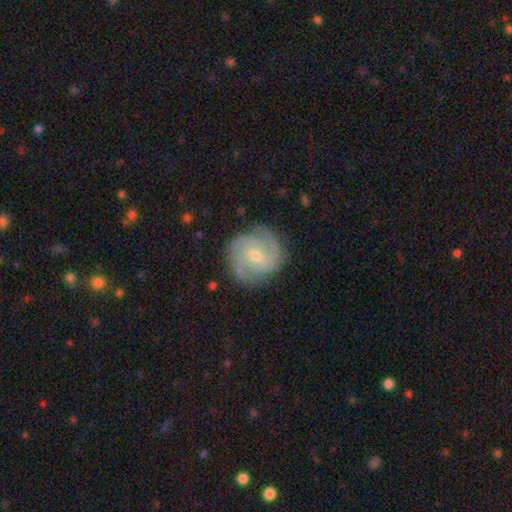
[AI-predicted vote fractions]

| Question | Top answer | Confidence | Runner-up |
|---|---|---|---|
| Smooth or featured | featured or disk | 84% | smooth (10%) |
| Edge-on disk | no | 98% | yes (2%) |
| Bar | no | 58% | weak (34%) |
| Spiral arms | yes | 97% | no (3%) |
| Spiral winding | tight | 53% | medium (39%) |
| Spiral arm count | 3 | 43% | 2 (23%) |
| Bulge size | small | 58% | moderate (39%) |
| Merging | none | 82% | minor disturbance (13%) |